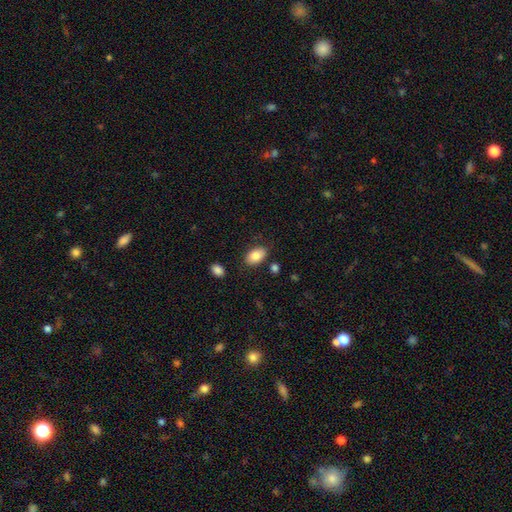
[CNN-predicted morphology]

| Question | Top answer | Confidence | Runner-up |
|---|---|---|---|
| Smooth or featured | smooth | 84% | featured or disk (9%) |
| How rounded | in between | 90% | round (8%) |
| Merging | none | 82% | minor disturbance (12%) |